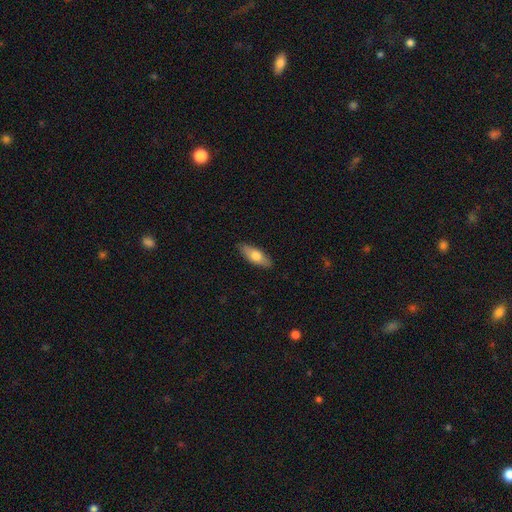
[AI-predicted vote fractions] This appears to be a smooth galaxy with no disk features (68%) that is in between round and cigar-shaped (71%). Merging: none (87%).